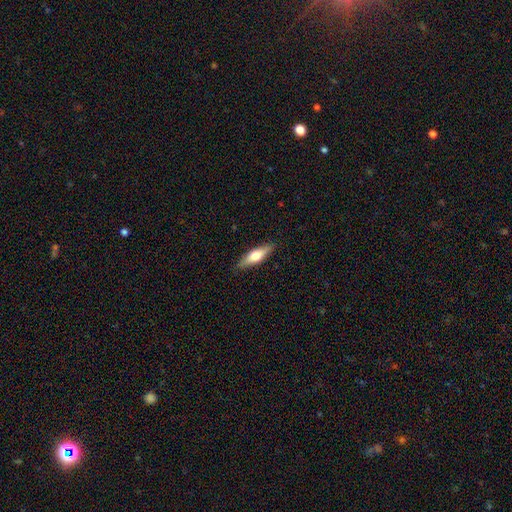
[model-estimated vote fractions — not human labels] smooth-or-featured: smooth: 53% | featured or disk: 42% | star or artifact: 6%
  how-rounded: cigar-shaped: 57% | in between: 41% | round: 2%
  merging: none: 88% | minor disturbance: 9% | major disturbance: 2% | merger: 1%